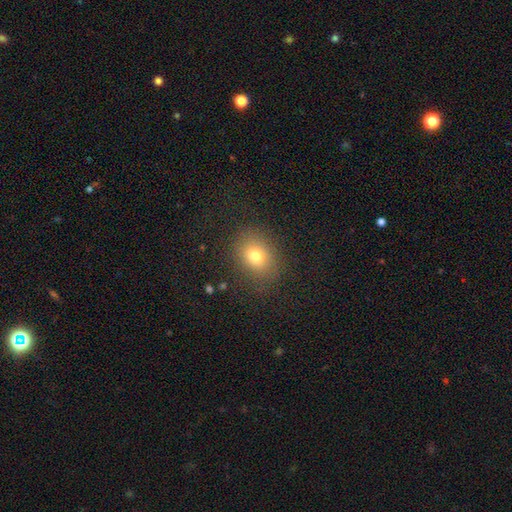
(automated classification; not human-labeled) Smooth or featured? smooth (75%)
How rounded? in between (50%)
Merging? none (84%)